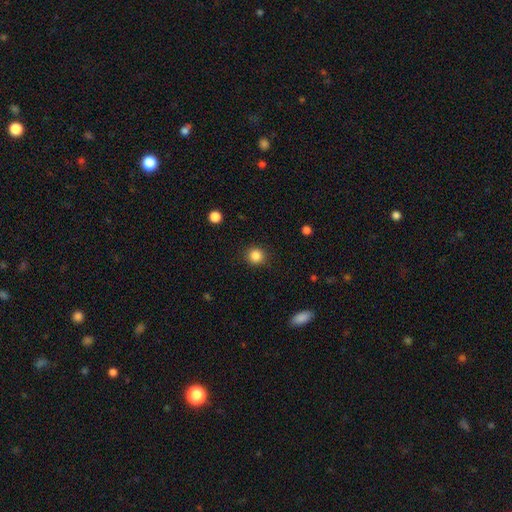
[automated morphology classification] Smooth or featured? Predicted: smooth (p=0.86). How rounded? Predicted: round (p=0.92). Merging? Predicted: none (p=0.90).